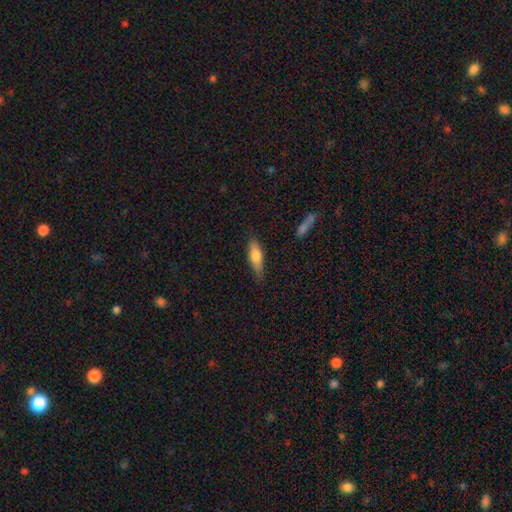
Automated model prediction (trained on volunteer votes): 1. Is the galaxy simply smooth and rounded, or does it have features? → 69% smooth, 25% featured or disk, 6% star or artifact.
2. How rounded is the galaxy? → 50% cigar-shaped, 48% in between, 2% round.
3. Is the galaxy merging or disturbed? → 77% none, 18% minor disturbance, 3% major disturbance, 2% merger.